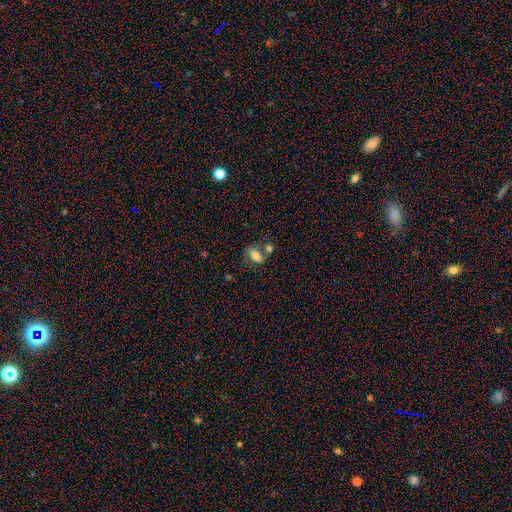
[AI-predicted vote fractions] Q: Smooth or featured?
A: smooth (62%); runner-up: featured or disk (28%)
Q: How rounded?
A: in between (81%); runner-up: round (15%)
Q: Merging?
A: none (43%); runner-up: merger (30%)